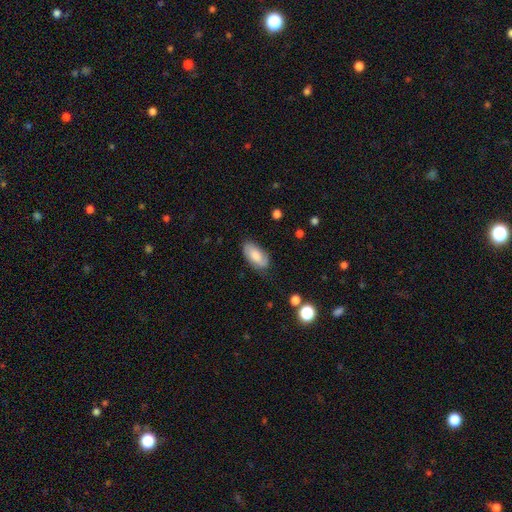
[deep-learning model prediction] A smooth galaxy with no disk features (76%) that is in between round and cigar-shaped (92%). Merging: none (77%).